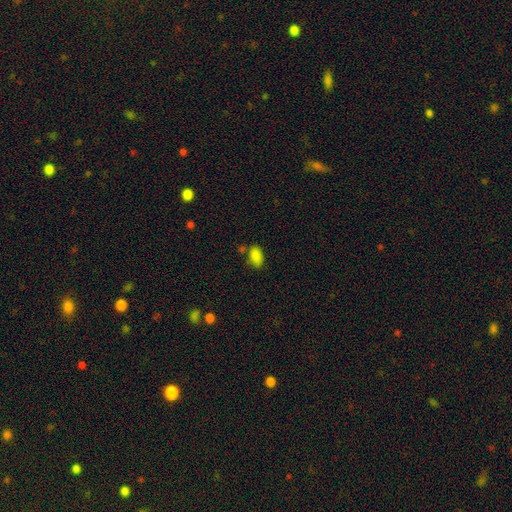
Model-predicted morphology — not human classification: type=smooth (85%); roundness=in between (90%); merging=none (66%).